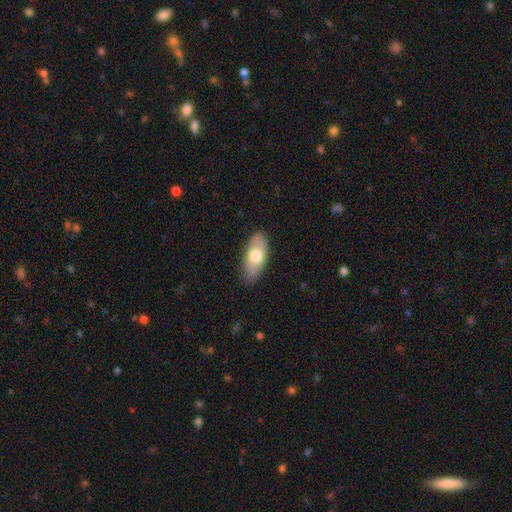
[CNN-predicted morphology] smooth 66%, featured or disk 29%, star or artifact 5%. Down the decision tree: how rounded — in between (89%); merging — none (83%).